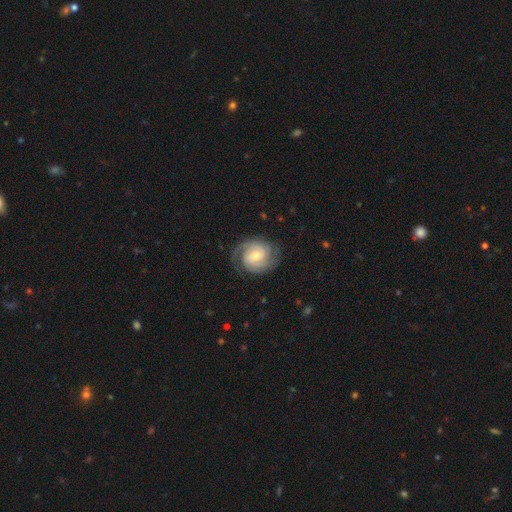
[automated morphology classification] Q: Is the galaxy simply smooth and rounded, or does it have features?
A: featured or disk — 80%.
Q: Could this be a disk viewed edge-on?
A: no — 98%.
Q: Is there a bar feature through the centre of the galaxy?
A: no — 45%, tied with weak.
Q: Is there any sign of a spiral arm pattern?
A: yes — 96%.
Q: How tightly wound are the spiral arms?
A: tight — 54%.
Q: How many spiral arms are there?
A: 2 — 68%.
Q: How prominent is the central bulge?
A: small — 46%.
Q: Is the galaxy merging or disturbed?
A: none — 77%.